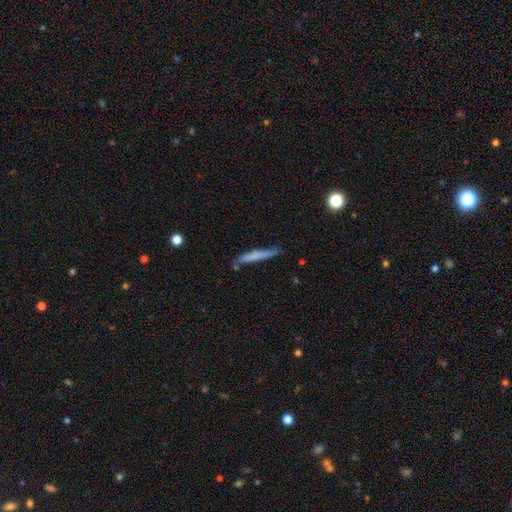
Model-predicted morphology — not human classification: A smooth galaxy with no disk features (68%) that is cigar-shaped (95%).

Vote fractions:
- Smooth or featured? smooth: 68% / featured or disk: 26% / star or artifact: 6%
- How rounded? cigar-shaped: 95% / in between: 4% / round: 1%
- Merging? none: 75% / minor disturbance: 18% / merger: 4% / major disturbance: 3%